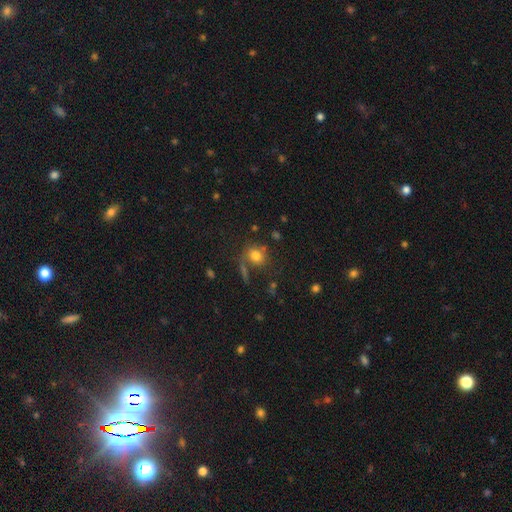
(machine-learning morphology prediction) Smooth or featured?
  - smooth: 77% *
  - star or artifact: 13%
  - featured or disk: 11%
How rounded?
  - round: 69% *
  - in between: 29%
  - cigar-shaped: 2%
Merging?
  - none: 60% *
  - minor disturbance: 15%
  - merger: 14%
  - major disturbance: 11%